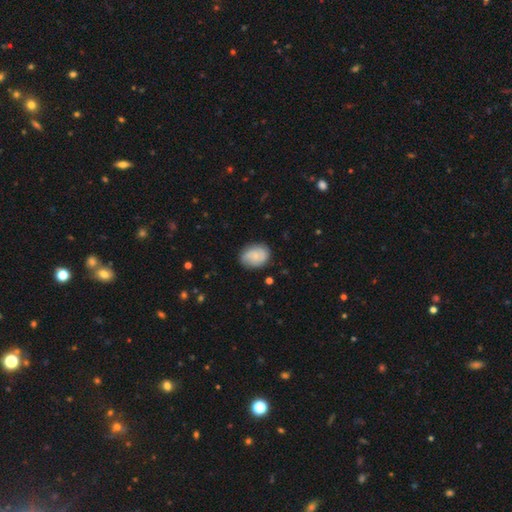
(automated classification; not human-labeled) Q: Smooth or featured?
A: smooth (62%); runner-up: featured or disk (30%)
Q: How rounded?
A: in between (64%); runner-up: round (35%)
Q: Merging?
A: none (79%); runner-up: minor disturbance (16%)